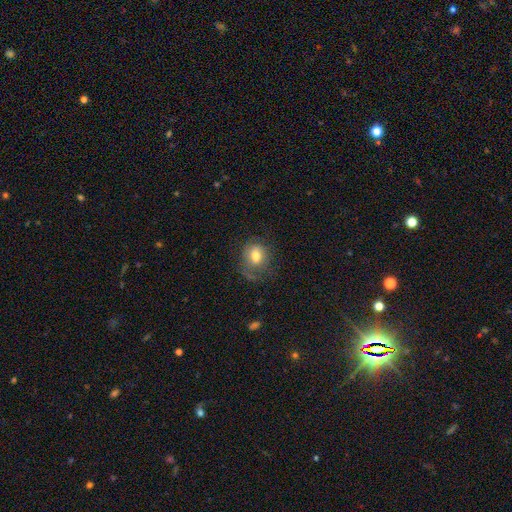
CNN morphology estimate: Q: Smooth or featured?
A: smooth (70%); runner-up: featured or disk (21%)
Q: How rounded?
A: round (52%); runner-up: in between (47%)
Q: Merging?
A: none (52%); runner-up: minor disturbance (26%)